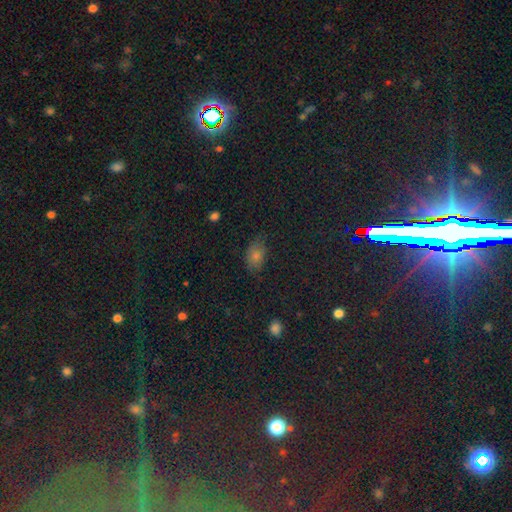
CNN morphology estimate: Smooth or featured? Predicted: smooth (p=0.68). How rounded? Predicted: in between (p=0.84). Merging? Predicted: none (p=0.75).